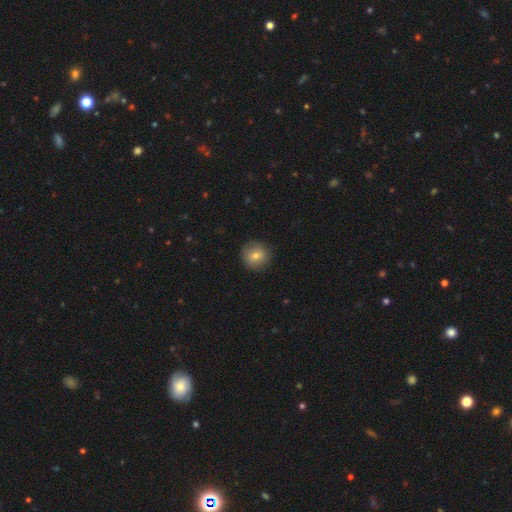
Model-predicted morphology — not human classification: A smooth galaxy with no disk features (76%) that is round (92%). Merging: none (87%).